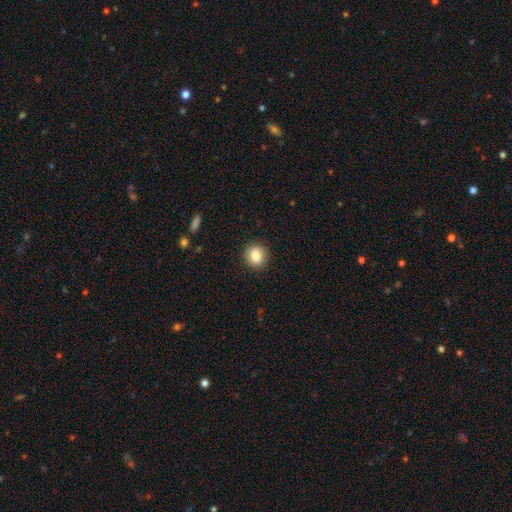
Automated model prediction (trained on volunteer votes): Smooth or featured: smooth — 85% (star or artifact — 9%)
How rounded: round — 80% (in between — 19%)
Merging: none — 90% (minor disturbance — 7%)